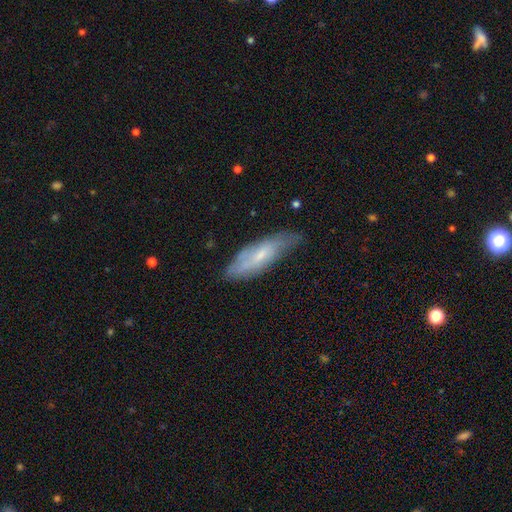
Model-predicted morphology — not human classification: A featured or disk galaxy (47%). Merging: none (76%).